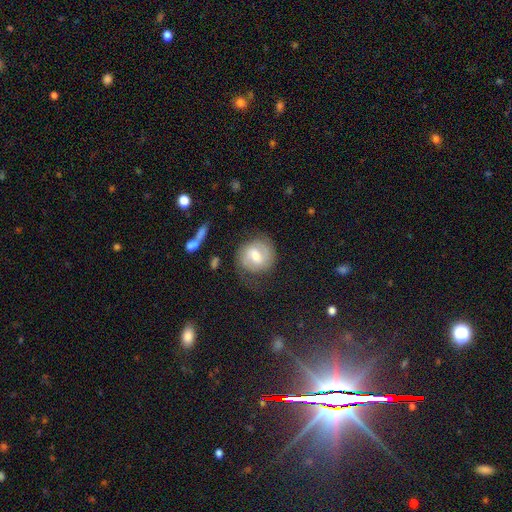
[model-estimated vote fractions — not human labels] Smooth or featured?
  - featured or disk: 63% *
  - smooth: 30%
  - star or artifact: 7%
Edge-on disk?
  - no: 97% *
  - yes: 3%
Bar?
  - weak: 56% *
  - strong: 22%
  - no: 21%
Spiral arms?
  - yes: 85% *
  - no: 15%
Spiral winding?
  - medium: 44% *
  - tight: 36%
  - loose: 19%
Spiral arm count?
  - 2: 80% *
  - can't tell: 12%
  - 1: 4%
  - 3: 2%
  - 4: 1%
  - more than 4: 1%
Bulge size?
  - moderate: 64% *
  - small: 28%
  - large: 5%
  - none: 2%
  - dominant: 1%
Merging?
  - none: 71% *
  - minor disturbance: 18%
  - major disturbance: 9%
  - merger: 2%